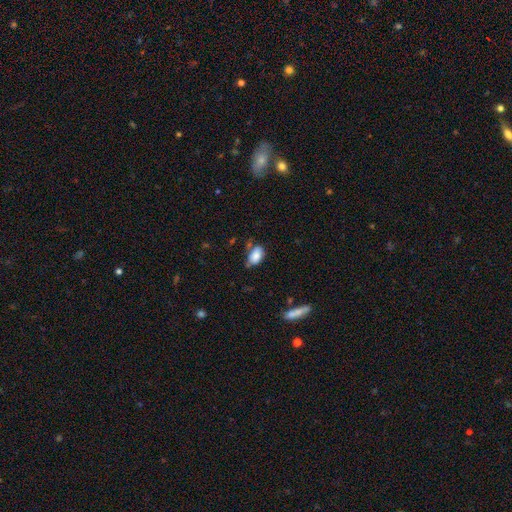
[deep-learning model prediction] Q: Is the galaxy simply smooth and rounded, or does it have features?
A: smooth — 84%.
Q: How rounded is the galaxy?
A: in between — 91%.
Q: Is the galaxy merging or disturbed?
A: none — 53%.